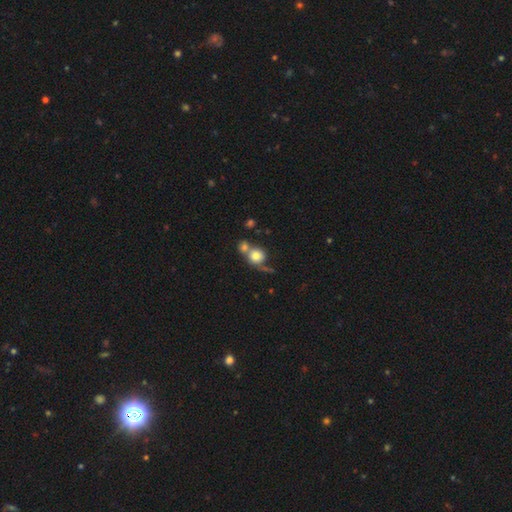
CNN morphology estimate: Q: Smooth or featured?
A: smooth (76%); runner-up: featured or disk (14%)
Q: How rounded?
A: round (83%); runner-up: in between (16%)
Q: Merging?
A: merger (47%); runner-up: none (36%)